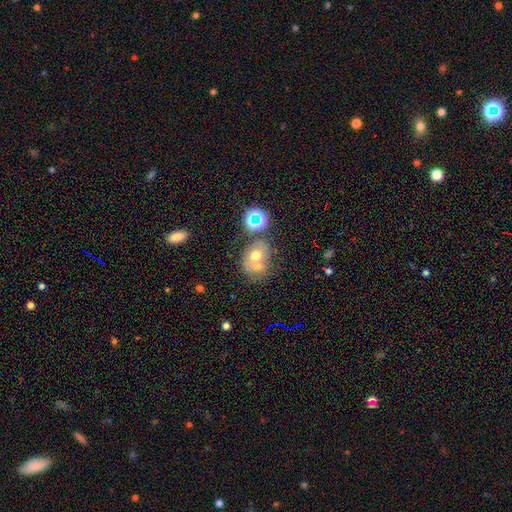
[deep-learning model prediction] Smooth or featured?
  - smooth: 57% *
  - featured or disk: 26%
  - star or artifact: 17%
How rounded?
  - round: 55% *
  - in between: 44%
  - cigar-shaped: 1%
Merging?
  - merger: 47% *
  - none: 36%
  - minor disturbance: 11%
  - major disturbance: 6%